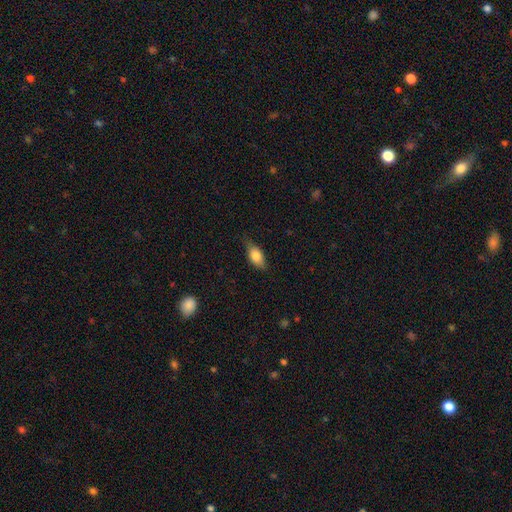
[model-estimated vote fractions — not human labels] Smooth or featured? Predicted: smooth (p=0.77). How rounded? Predicted: in between (p=0.84). Merging? Predicted: none (p=0.71).